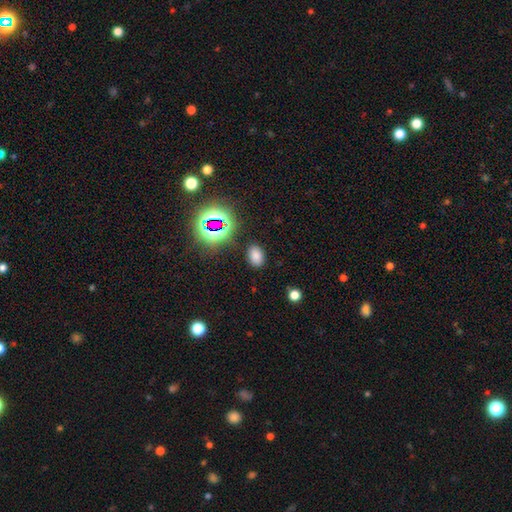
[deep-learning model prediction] Q: Smooth or featured?
A: smooth (73%); runner-up: star or artifact (21%)
Q: How rounded?
A: in between (85%); runner-up: round (13%)
Q: Merging?
A: none (86%); runner-up: minor disturbance (9%)